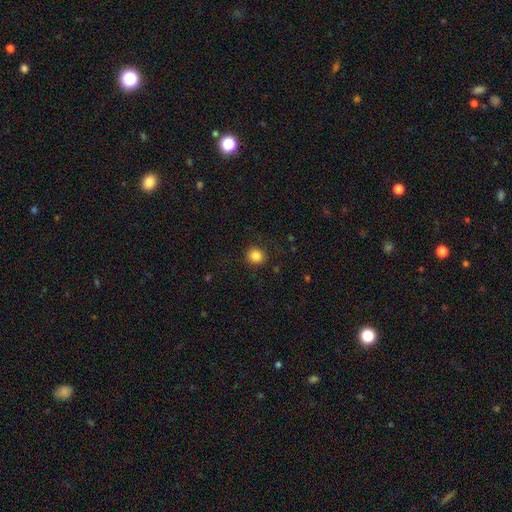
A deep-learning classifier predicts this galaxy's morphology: type=smooth (84%); roundness=round (86%); merging=none (89%).